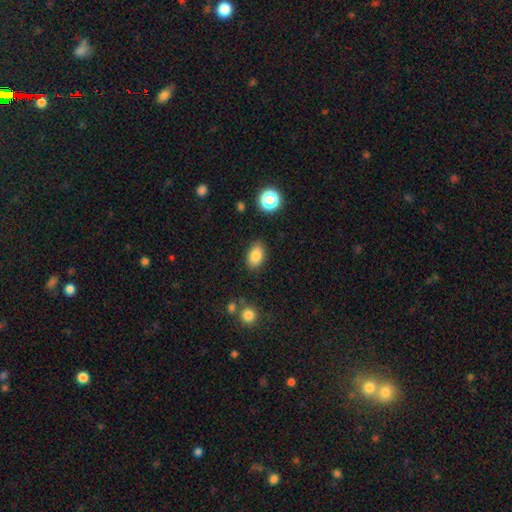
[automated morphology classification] type=smooth (85%); roundness=in between (86%); merging=none (84%).